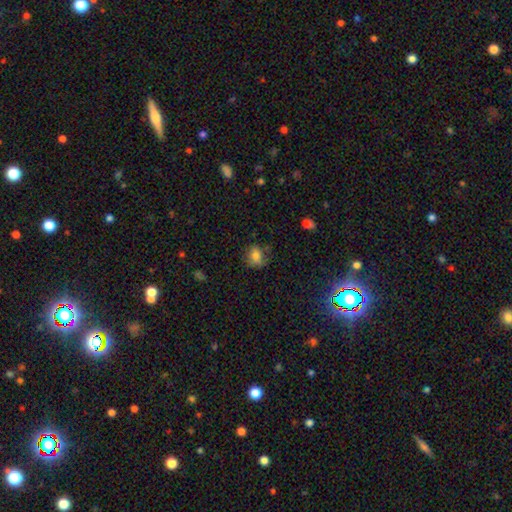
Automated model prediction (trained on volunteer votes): Smooth or featured?
  - smooth: 77% *
  - featured or disk: 12%
  - star or artifact: 11%
How rounded?
  - round: 51% *
  - in between: 48%
  - cigar-shaped: 1%
Merging?
  - none: 63% *
  - minor disturbance: 25%
  - major disturbance: 9%
  - merger: 2%